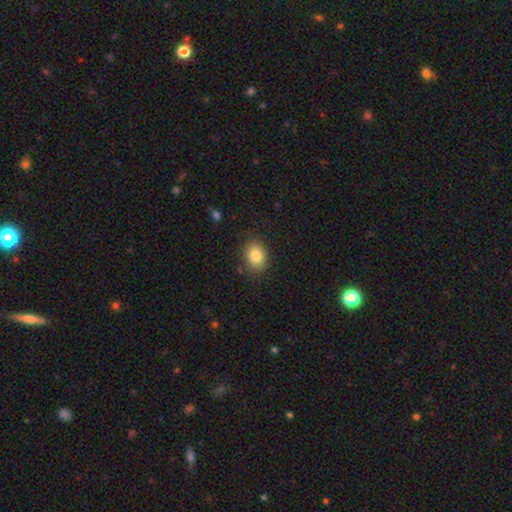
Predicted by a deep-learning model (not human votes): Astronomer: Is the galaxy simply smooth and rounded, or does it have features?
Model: smooth — 83%.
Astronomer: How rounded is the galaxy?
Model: round — 51% (runner-up: in between, 48%).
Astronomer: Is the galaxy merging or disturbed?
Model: none — 84%.